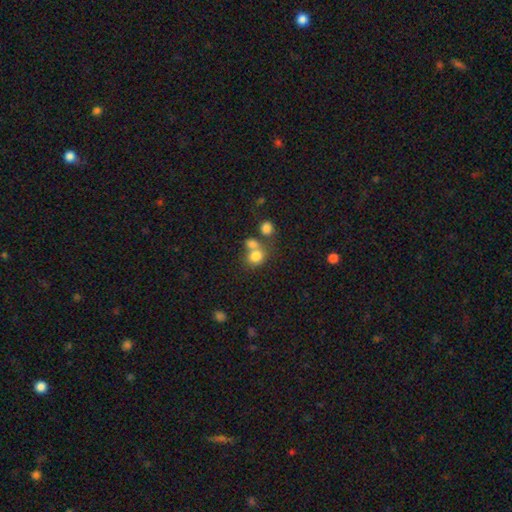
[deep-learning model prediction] smooth 78%, star or artifact 12%, featured or disk 11%. Down the decision tree: how rounded — round (71%); merging — merger (43%).